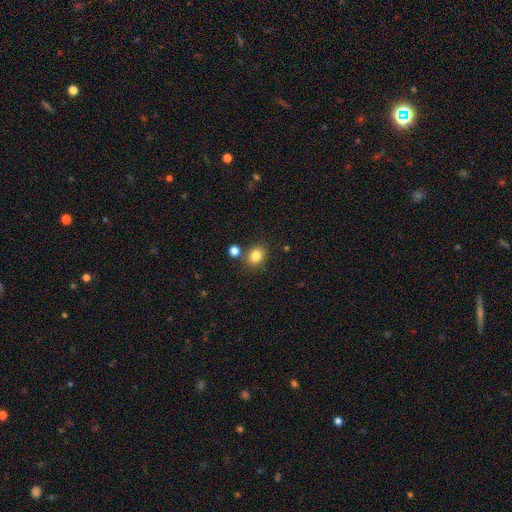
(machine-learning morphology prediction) Smooth or featured? Predicted: smooth (p=0.82). How rounded? Predicted: round (p=0.66). Merging? Predicted: none (p=0.77).